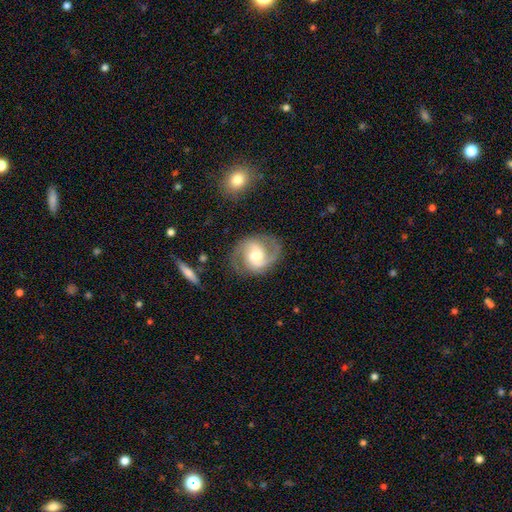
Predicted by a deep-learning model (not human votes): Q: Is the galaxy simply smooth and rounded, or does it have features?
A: featured or disk — 81%.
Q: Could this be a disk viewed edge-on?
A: no — 98%.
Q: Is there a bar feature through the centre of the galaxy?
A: weak — 47%.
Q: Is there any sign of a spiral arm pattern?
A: yes — 94%.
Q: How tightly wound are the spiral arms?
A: medium — 55%.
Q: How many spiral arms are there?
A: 2 — 88%.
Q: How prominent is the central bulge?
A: moderate — 62%.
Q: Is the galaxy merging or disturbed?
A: none — 77%.